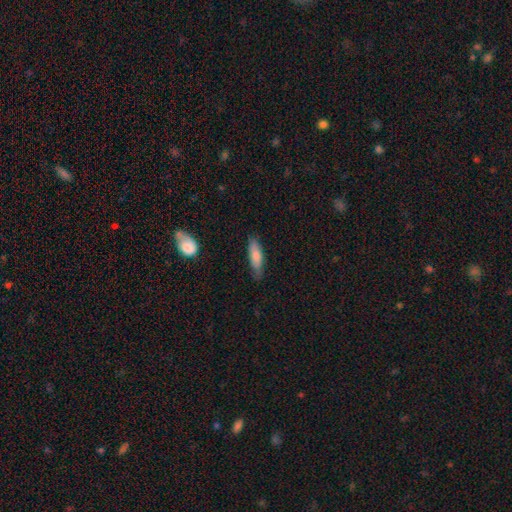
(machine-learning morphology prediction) A smooth galaxy with no disk features (78%) that is cigar-shaped (55%).

Vote fractions:
- Smooth or featured? smooth: 78% / featured or disk: 16% / star or artifact: 6%
- How rounded? cigar-shaped: 55% / in between: 43% / round: 2%
- Merging? none: 75% / minor disturbance: 20% / major disturbance: 4% / merger: 2%